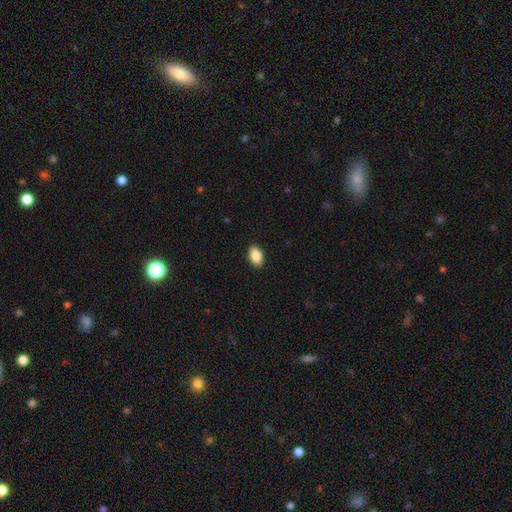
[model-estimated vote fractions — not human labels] smooth-or-featured: smooth: 89% | star or artifact: 7% | featured or disk: 4%
  how-rounded: in between: 92% | round: 6% | cigar-shaped: 1%
  merging: none: 90% | minor disturbance: 7% | major disturbance: 2% | merger: 1%